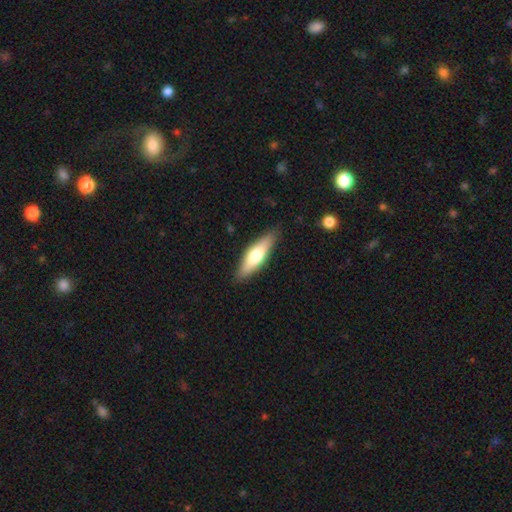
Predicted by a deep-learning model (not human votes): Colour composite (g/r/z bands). It shows a smooth galaxy with no disk features (62%) that is cigar-shaped (58%). Merging: none (85%).